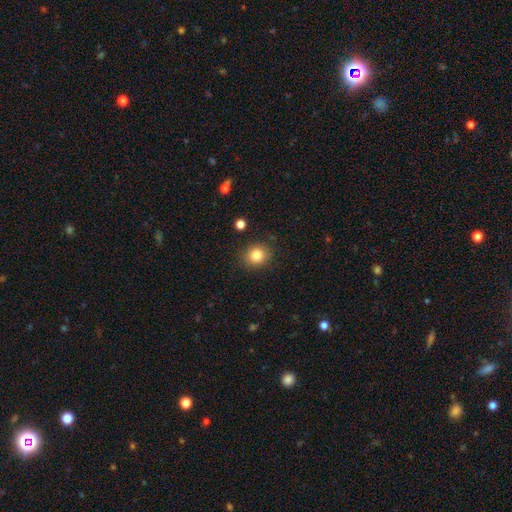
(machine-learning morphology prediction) smooth_or_featured: smooth (p=0.84) [alt: star or artifact p=0.10]
how_rounded: round (p=0.74) [alt: in between p=0.25]
merging: none (p=0.86) [alt: minor disturbance p=0.09]